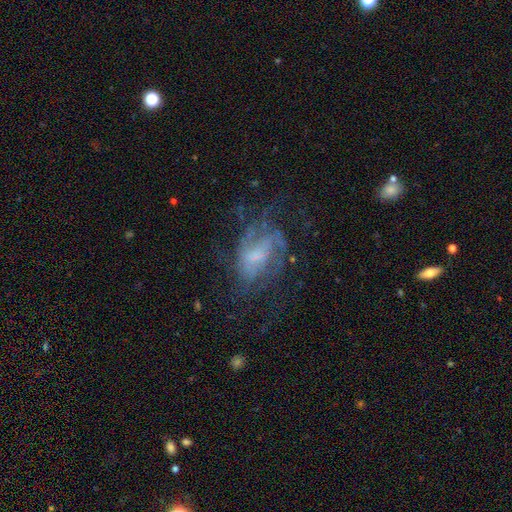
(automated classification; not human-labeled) Smooth or featured: featured or disk — 72% (smooth — 17%)
Edge-on disk: no — 96% (yes — 4%)
Bar: weak — 44% (no — 43%)
Spiral arms: yes — 78% (no — 22%)
Spiral winding: medium — 43% (tight — 31%)
Spiral arm count: can't tell — 43% (2 — 23%)
Bulge size: small — 40% (moderate — 34%)
Merging: none — 52% (major disturbance — 26%)